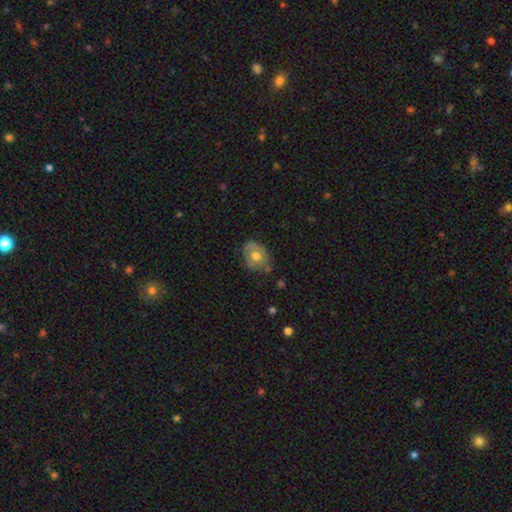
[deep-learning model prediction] Morphology: type=smooth (57%); roundness=in between (59%); merging=none (62%).